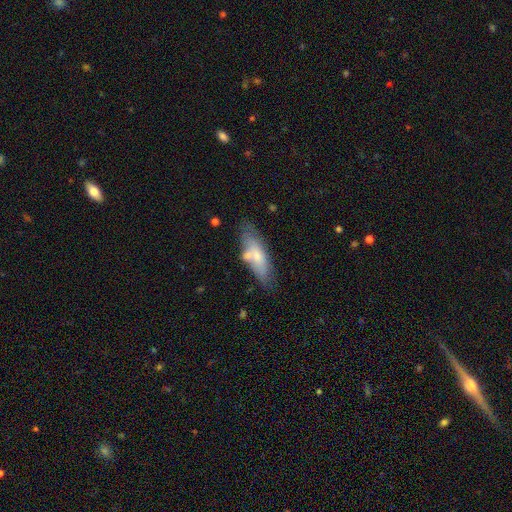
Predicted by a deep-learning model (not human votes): Smooth or featured? Predicted: smooth (p=0.64). How rounded? Predicted: in between (p=0.60). Merging? Predicted: none (p=0.60).